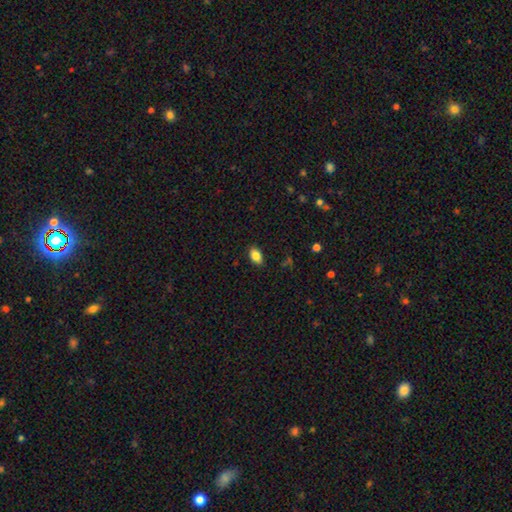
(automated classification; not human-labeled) The model was most divided on "smooth or featured": smooth: 85%, star or artifact: 8%, featured or disk: 7%. More confident: how rounded — in between (90%); merging — none (87%).